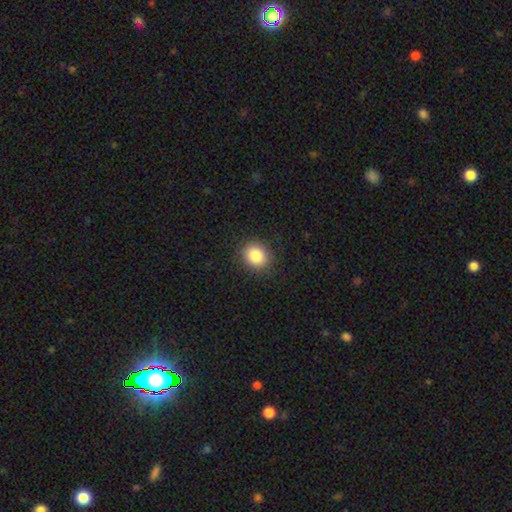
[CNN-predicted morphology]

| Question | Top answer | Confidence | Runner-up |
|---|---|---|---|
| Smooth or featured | smooth | 85% | star or artifact (10%) |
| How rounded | round | 71% | in between (28%) |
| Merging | none | 89% | minor disturbance (7%) |